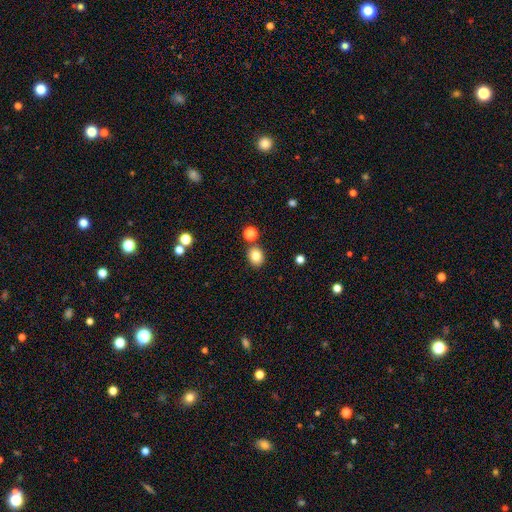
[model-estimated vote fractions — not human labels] This appears to be a smooth galaxy with no disk features (82%) that is round (58%). Merging: none (81%).